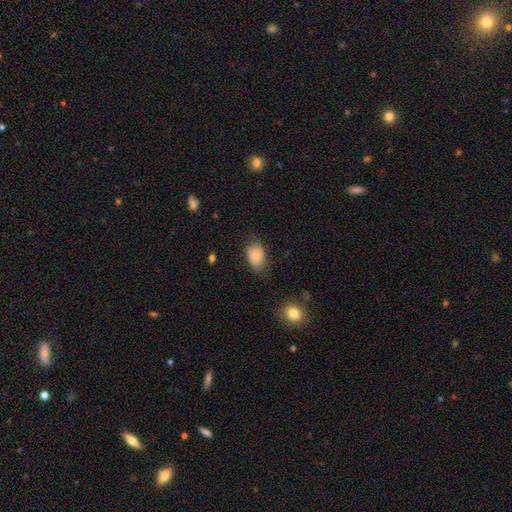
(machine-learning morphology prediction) The model was most divided on "merging": none: 66%, minor disturbance: 25%, major disturbance: 6%, merger: 2%. More confident: how rounded — in between (80%); smooth or featured — smooth (79%).